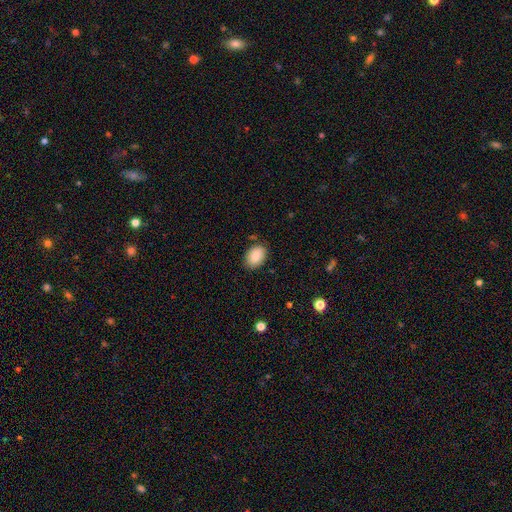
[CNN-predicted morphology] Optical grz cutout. It shows a smooth galaxy with no disk features (89%) that is in between round and cigar-shaped (85%). Merging: none (83%).